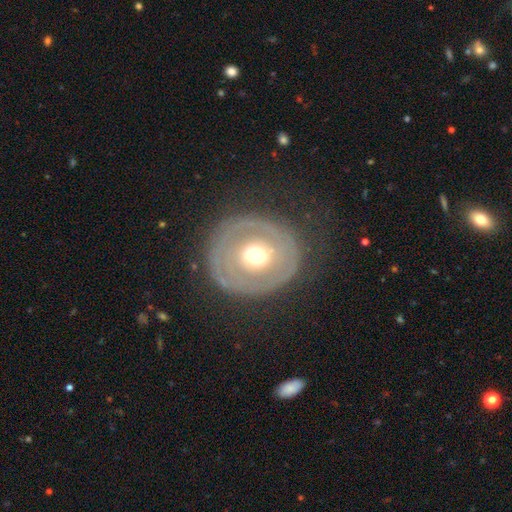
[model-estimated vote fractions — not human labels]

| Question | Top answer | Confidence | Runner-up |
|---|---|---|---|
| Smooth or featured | featured or disk | 60% | smooth (33%) |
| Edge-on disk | no | 95% | yes (5%) |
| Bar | no | 86% | weak (10%) |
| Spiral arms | no | 68% | yes (32%) |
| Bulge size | moderate | 50% | small (39%) |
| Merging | none | 72% | minor disturbance (15%) |